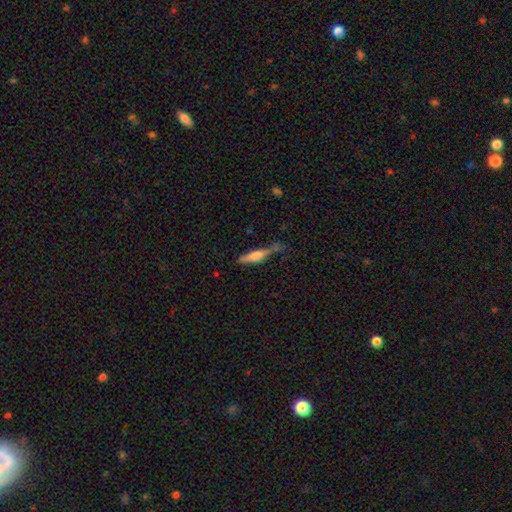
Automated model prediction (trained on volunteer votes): Morphology: type=smooth (50%); merging=none (53%).